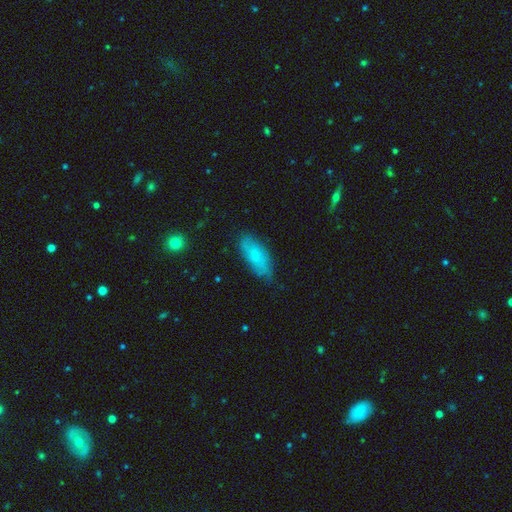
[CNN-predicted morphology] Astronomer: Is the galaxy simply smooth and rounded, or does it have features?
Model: smooth — 70%.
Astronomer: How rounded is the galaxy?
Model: in between — 82%.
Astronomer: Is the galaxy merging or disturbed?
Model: none — 68%.